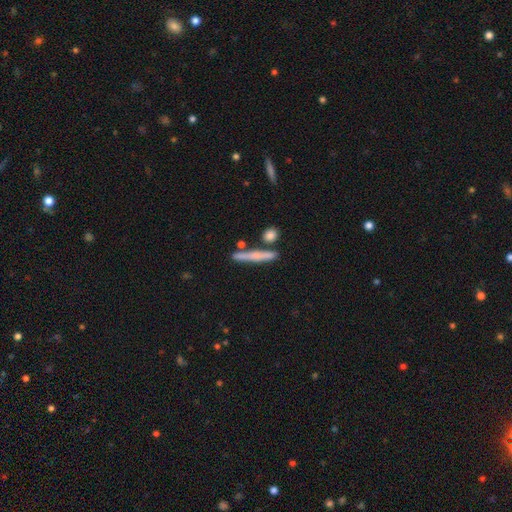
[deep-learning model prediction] smooth_or_featured: smooth (p=0.62) [alt: featured or disk p=0.31]
how_rounded: cigar-shaped (p=0.93) [alt: in between p=0.05]
merging: none (p=0.77) [alt: minor disturbance p=0.11]